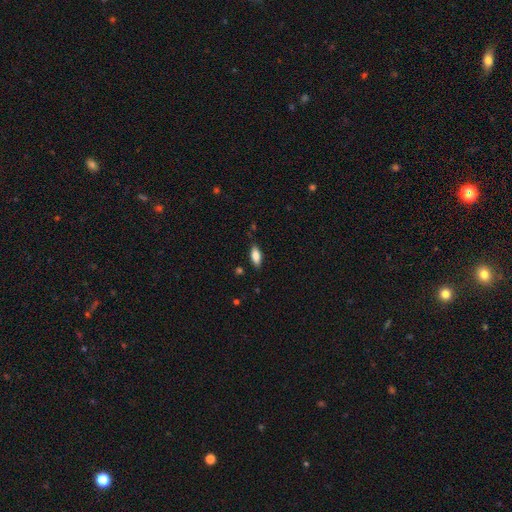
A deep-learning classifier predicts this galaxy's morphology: This appears to be a smooth galaxy with no disk features (82%) that is in between round and cigar-shaped (82%). Merging: none (83%).